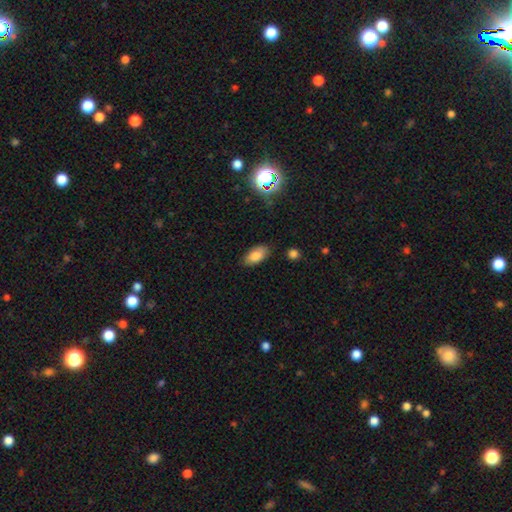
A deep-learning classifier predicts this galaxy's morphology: smooth-or-featured: smooth: 82% | star or artifact: 9% | featured or disk: 9%
  how-rounded: in between: 92% | cigar-shaped: 4% | round: 4%
  merging: none: 83% | minor disturbance: 12% | major disturbance: 3% | merger: 2%